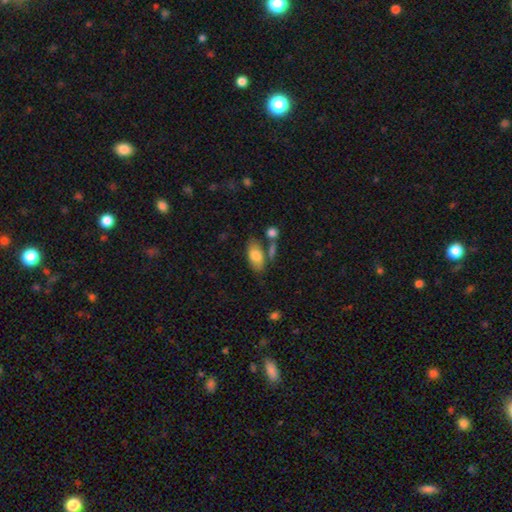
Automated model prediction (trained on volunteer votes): This appears to be a smooth galaxy with no disk features (77%) that is in between round and cigar-shaped (91%). Merging: none (63%).